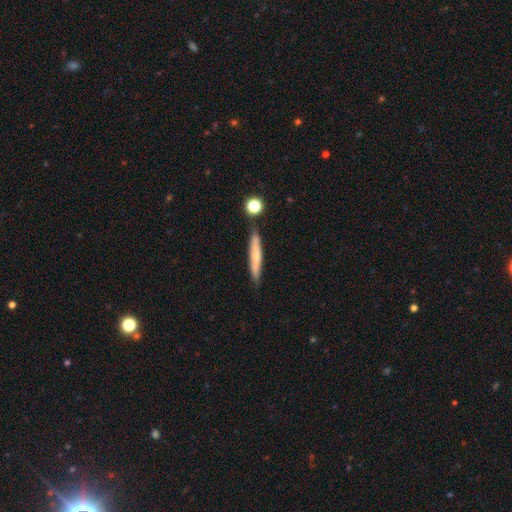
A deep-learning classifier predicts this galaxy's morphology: Smooth or featured? smooth (60%)
How rounded? cigar-shaped (92%)
Merging? none (76%)